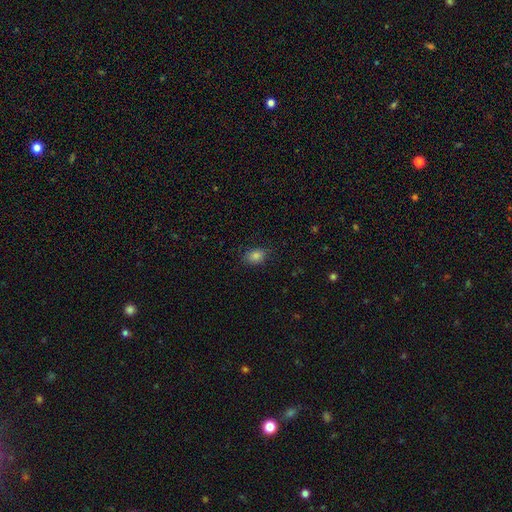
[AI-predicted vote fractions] A smooth galaxy with no disk features (82%) that is in between round and cigar-shaped (68%). Merging: none (84%).